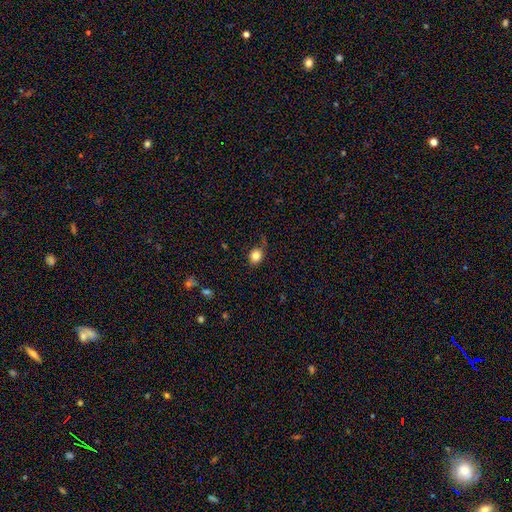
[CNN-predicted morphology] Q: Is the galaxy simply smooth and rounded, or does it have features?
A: smooth — 83%.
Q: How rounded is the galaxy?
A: round — 61%.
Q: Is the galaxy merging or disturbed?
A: none — 74%.